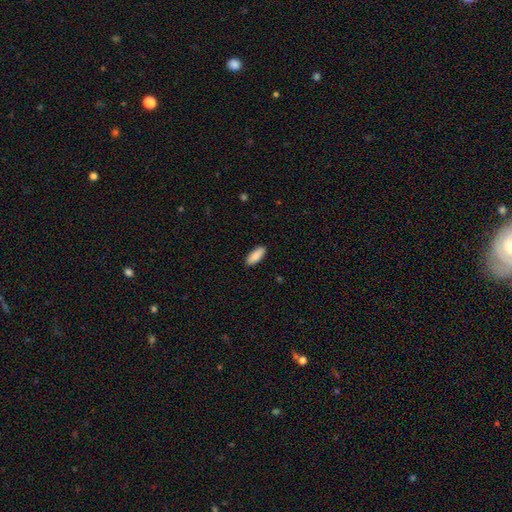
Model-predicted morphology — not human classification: This appears to be a smooth galaxy with no disk features (89%) that is in between round and cigar-shaped (74%). Merging: none (90%).